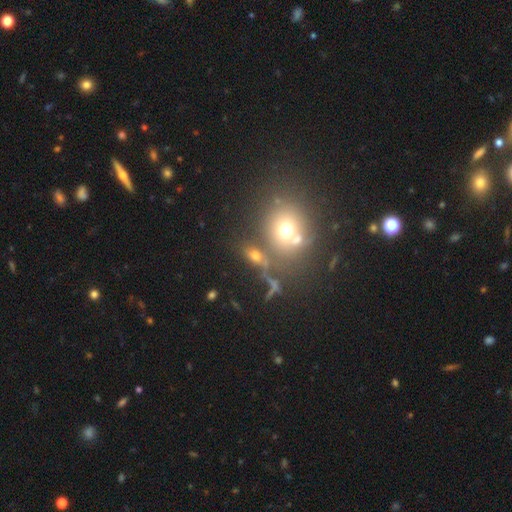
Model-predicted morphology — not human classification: smooth 54%, star or artifact 23%, featured or disk 23%. Down the decision tree: how rounded — in between (48%); merging — none (55%).